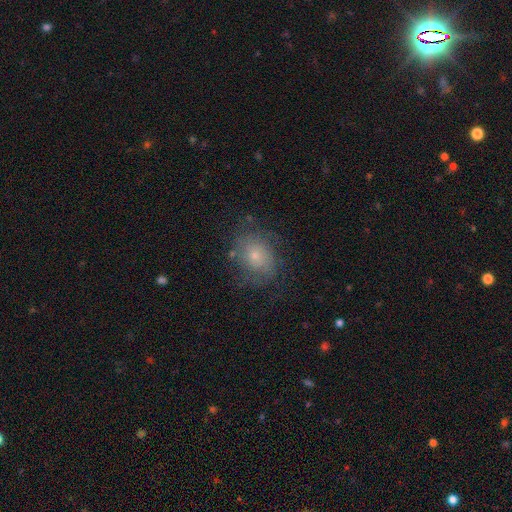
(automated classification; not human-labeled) A smooth galaxy with no disk features (51%) that is round (50%).

Vote fractions:
- Smooth or featured? smooth: 51% / featured or disk: 37% / star or artifact: 12%
- How rounded? round: 50% / in between: 49% / cigar-shaped: 1%
- Merging? none: 67% / minor disturbance: 20% / major disturbance: 12% / merger: 2%